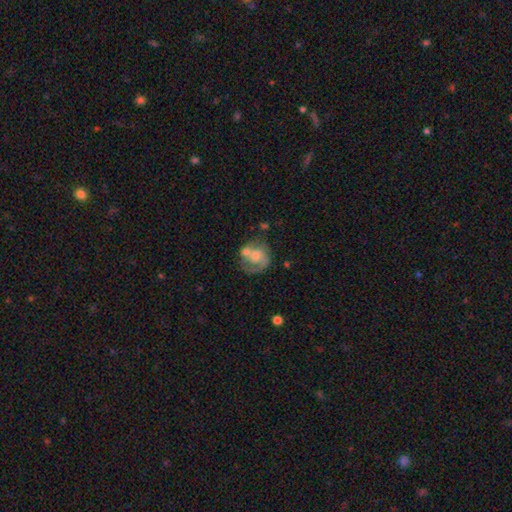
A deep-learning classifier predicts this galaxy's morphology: type=featured or disk (69%); edge-on=no (98%); bar=no (74%); spiral arms=yes (80%); winding=medium (41%); arm count=2 (42%); bulge=small (45%); merging=none (41%).